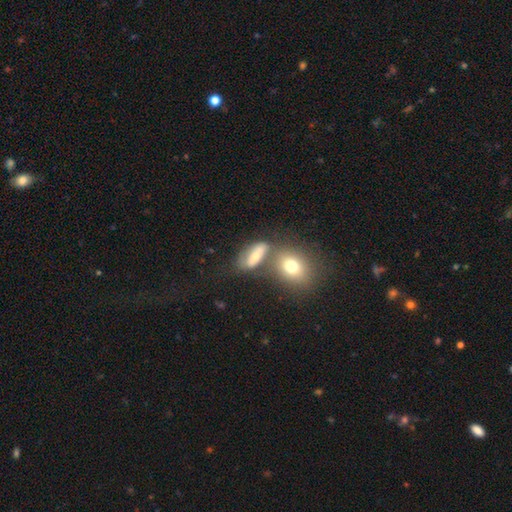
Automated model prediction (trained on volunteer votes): Overall: smooth (62%; featured or disk 27%). How rounded: in between (69%). Merging: none (49%; merger 30%).